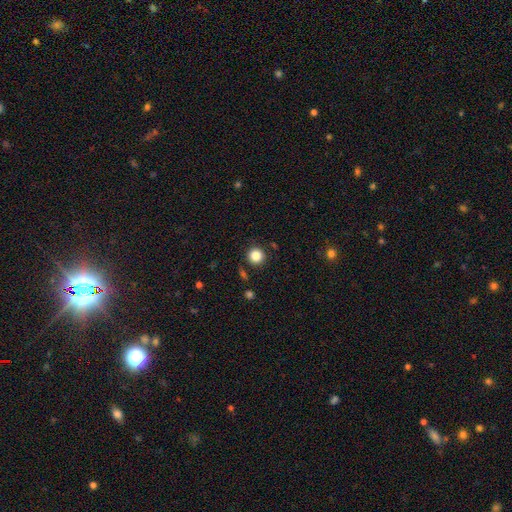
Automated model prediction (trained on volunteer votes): This is clearly a smooth galaxy (85%). How rounded: clearly round (95%). Merging: clearly none (89%).